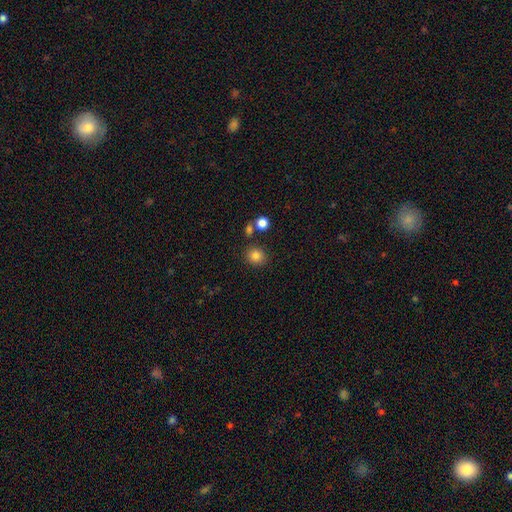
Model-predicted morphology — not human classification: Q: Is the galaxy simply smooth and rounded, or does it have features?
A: smooth — 82%.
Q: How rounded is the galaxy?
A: round — 82%.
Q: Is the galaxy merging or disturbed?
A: none — 83%.